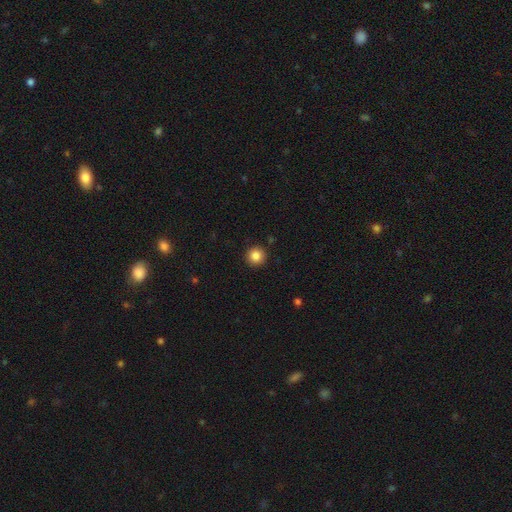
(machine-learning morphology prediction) This appears to be a smooth galaxy with no disk features (84%) that is round (95%). Merging: none (92%).